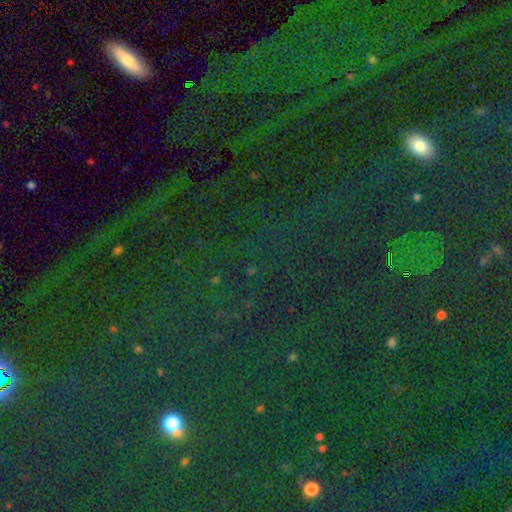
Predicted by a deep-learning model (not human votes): This is likely a star or artifact rather than a galaxy (79%).